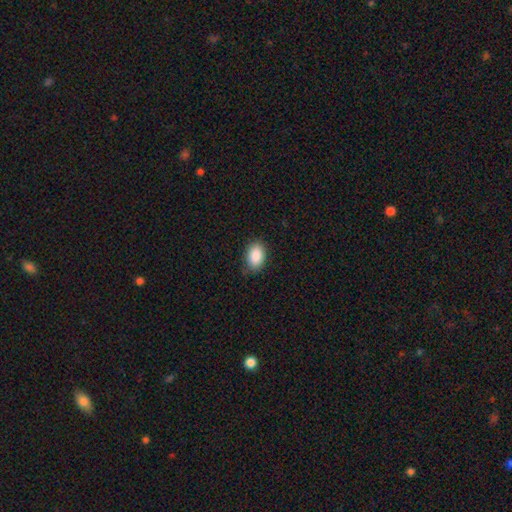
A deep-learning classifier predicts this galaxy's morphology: Overall: smooth (89%). How rounded: in between (88%). Merging: none (82%).